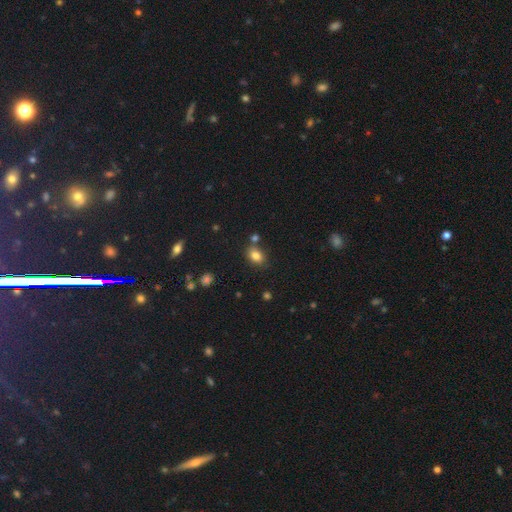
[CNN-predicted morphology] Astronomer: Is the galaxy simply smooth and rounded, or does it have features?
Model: smooth — 82%.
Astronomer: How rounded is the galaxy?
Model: in between — 74%.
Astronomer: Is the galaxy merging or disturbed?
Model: none — 72%.